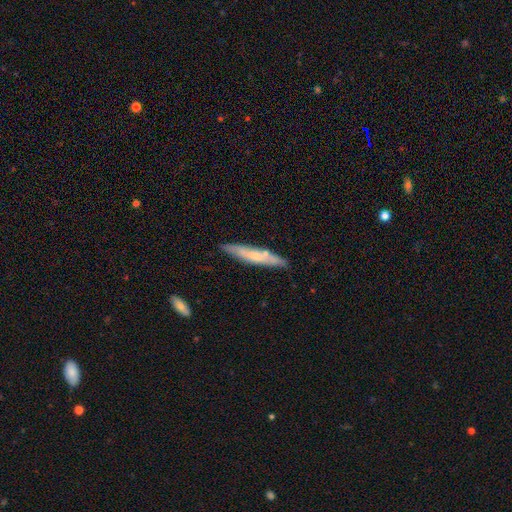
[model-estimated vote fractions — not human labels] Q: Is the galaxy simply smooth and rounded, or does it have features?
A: smooth — 49%.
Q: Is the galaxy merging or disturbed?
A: none — 79%.